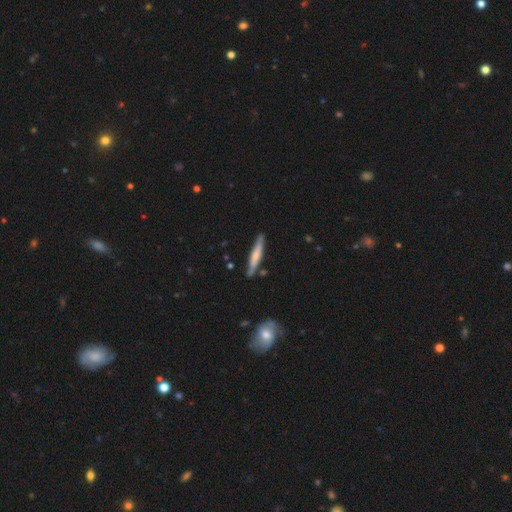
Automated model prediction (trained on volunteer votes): smooth-or-featured: smooth: 56% | featured or disk: 38% | star or artifact: 5%
  how-rounded: cigar-shaped: 93% | in between: 6% | round: 1%
  merging: none: 84% | minor disturbance: 11% | merger: 3% | major disturbance: 2%